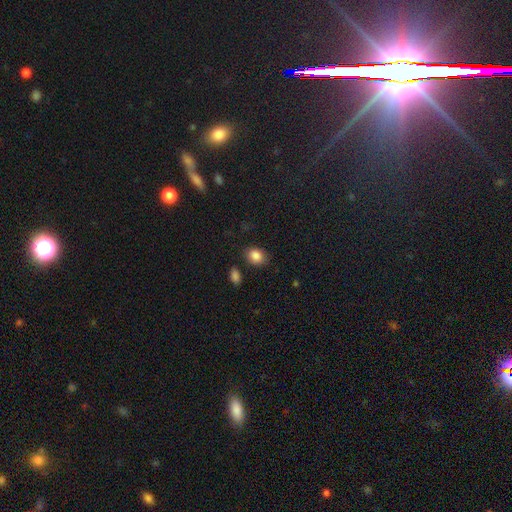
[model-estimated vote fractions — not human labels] smooth 86%, star or artifact 9%, featured or disk 5%. Down the decision tree: how rounded — in between (63%); merging — none (79%).